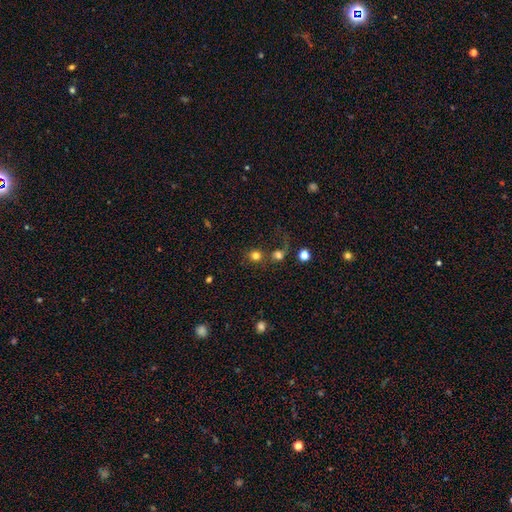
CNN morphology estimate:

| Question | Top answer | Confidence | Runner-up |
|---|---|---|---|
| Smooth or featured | smooth | 75% | star or artifact (15%) |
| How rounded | round | 89% | in between (10%) |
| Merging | none | 51% | merger (30%) |